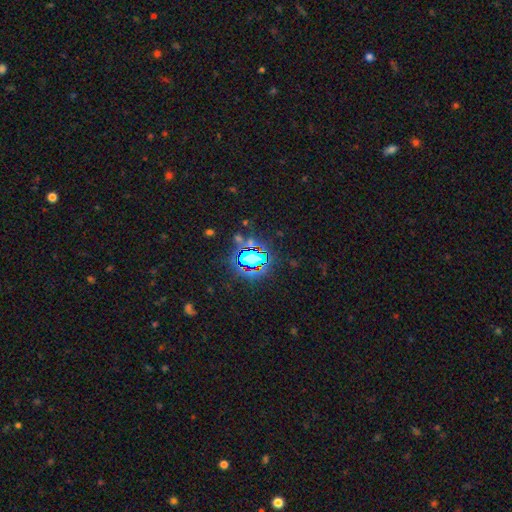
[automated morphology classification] Q: Smooth or featured?
A: star or artifact (80%); runner-up: smooth (12%)